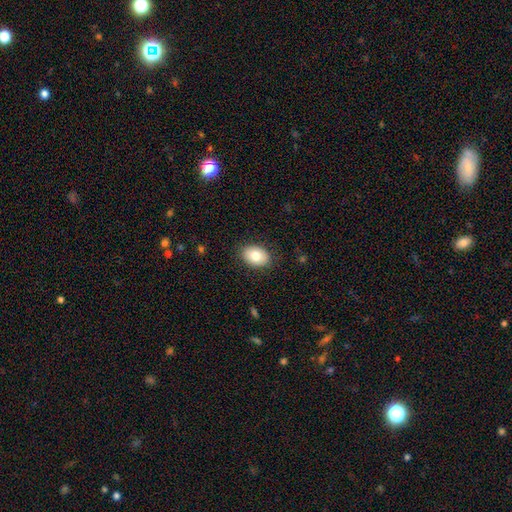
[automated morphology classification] A smooth galaxy with no disk features (80%) that is in between round and cigar-shaped (77%). Merging: none (87%).